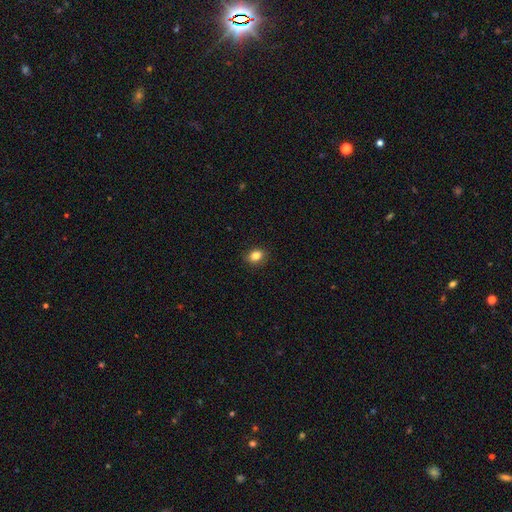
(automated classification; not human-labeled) This appears to be a smooth galaxy with no disk features (84%) that is in between round and cigar-shaped (65%). Merging: none (87%).